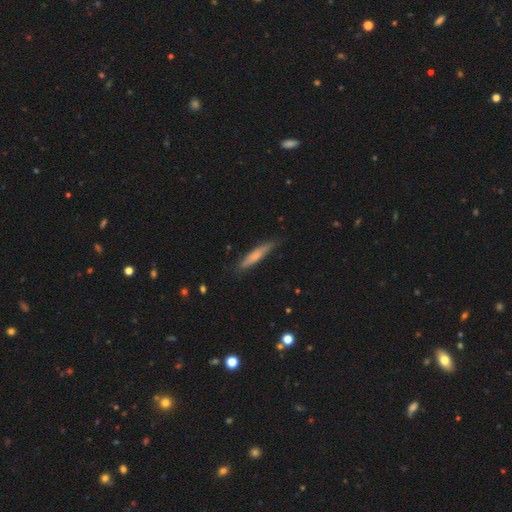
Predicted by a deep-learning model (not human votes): smooth 63%, featured or disk 31%, star or artifact 6%. Down the decision tree: how rounded — cigar-shaped (92%); merging — none (85%).